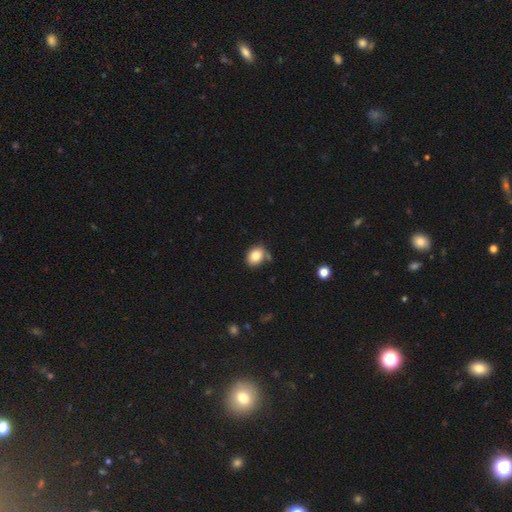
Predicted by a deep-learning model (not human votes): A smooth galaxy with no disk features (83%) that is in between round and cigar-shaped (64%).

Vote fractions:
- Smooth or featured? smooth: 83% / star or artifact: 9% / featured or disk: 8%
- How rounded? in between: 64% / round: 35% / cigar-shaped: 1%
- Merging? none: 71% / minor disturbance: 17% / merger: 8% / major disturbance: 4%